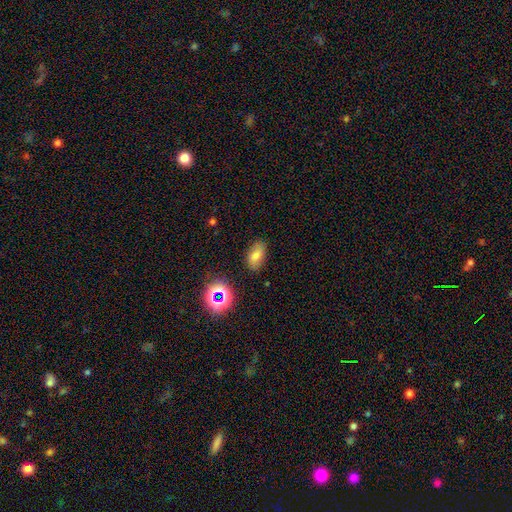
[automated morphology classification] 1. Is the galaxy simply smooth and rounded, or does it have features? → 72% smooth, 15% star or artifact, 13% featured or disk.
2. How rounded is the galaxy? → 89% in between, 8% round, 3% cigar-shaped.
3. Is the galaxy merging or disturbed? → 80% none, 14% minor disturbance, 4% major disturbance, 2% merger.